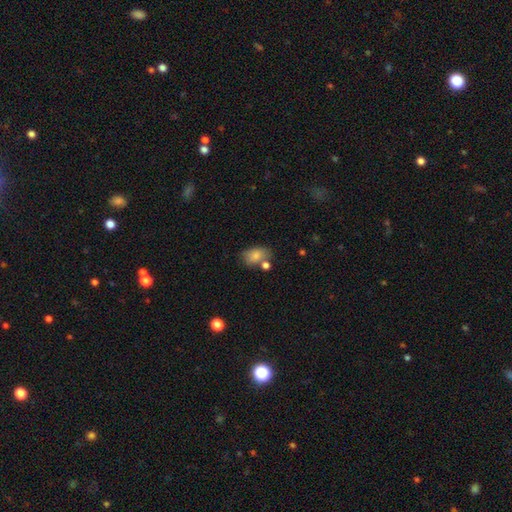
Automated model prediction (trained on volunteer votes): This appears to be a smooth galaxy with no disk features (82%) that is in between round and cigar-shaped (85%). Merging: none (56%).